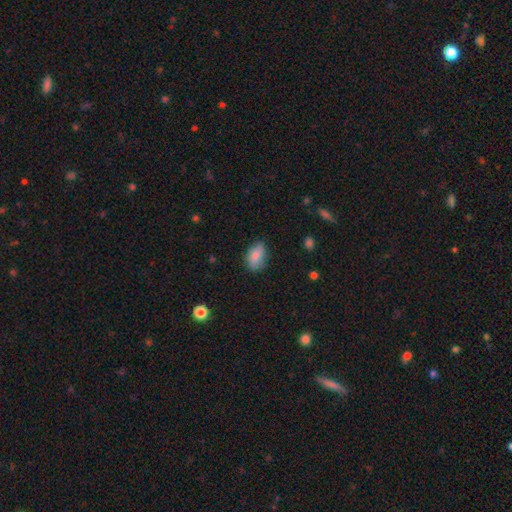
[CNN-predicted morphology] Smooth or featured? smooth (80%)
How rounded? in between (90%)
Merging? none (74%)